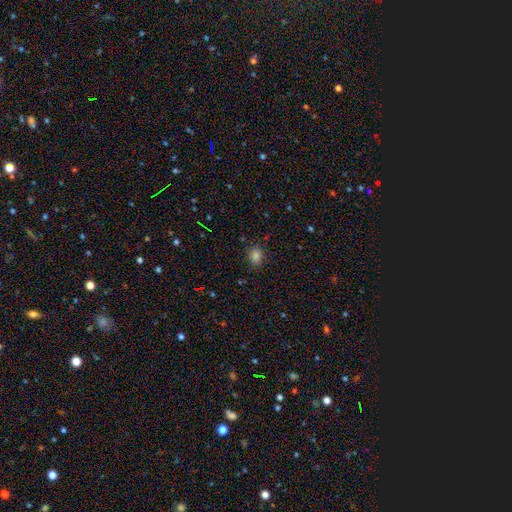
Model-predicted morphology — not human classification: This is clearly a smooth galaxy (81%). How rounded: possibly in between (51%). Merging: clearly none (85%).